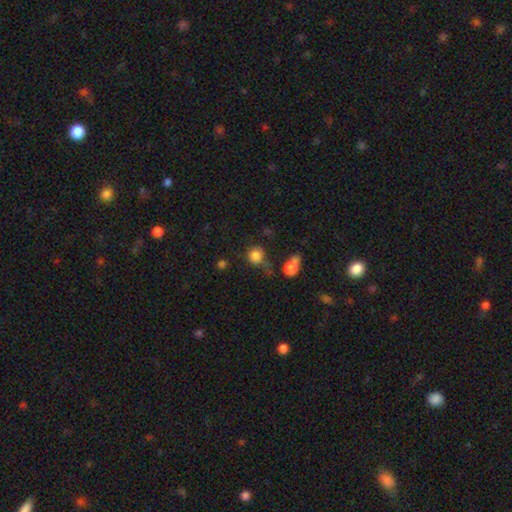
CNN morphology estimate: This appears to be a smooth galaxy with no disk features (82%) that is round (86%). Merging: none (55%).